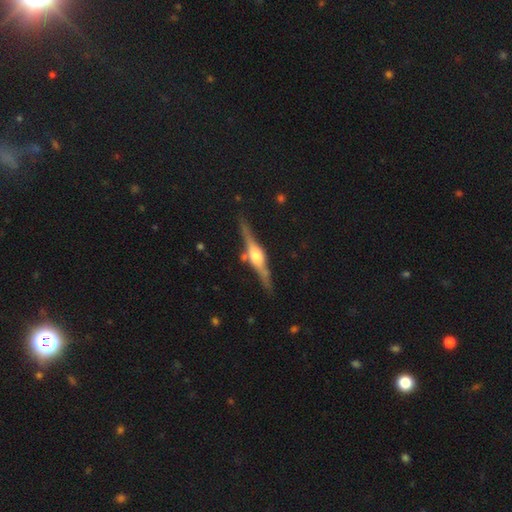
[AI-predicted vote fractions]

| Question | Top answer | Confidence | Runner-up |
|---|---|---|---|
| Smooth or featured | featured or disk | 81% | smooth (13%) |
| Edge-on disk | yes | 98% | no (2%) |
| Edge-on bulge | rounded | 89% | boxy (9%) |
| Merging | none | 85% | minor disturbance (10%) |